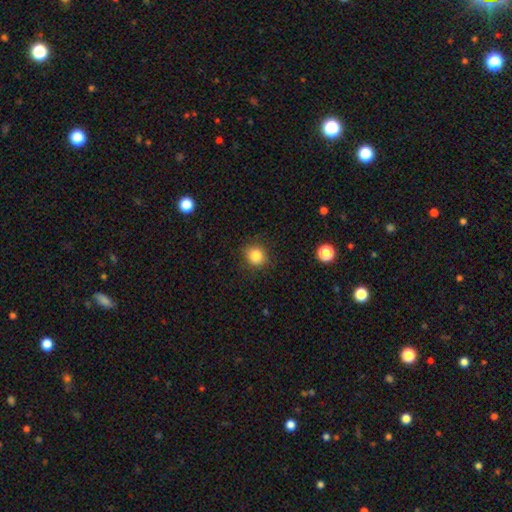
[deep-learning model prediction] smooth-or-featured: smooth: 84% | star or artifact: 11% | featured or disk: 5%
  how-rounded: round: 83% | in between: 16% | cigar-shaped: 1%
  merging: none: 86% | minor disturbance: 10% | major disturbance: 3% | merger: 1%